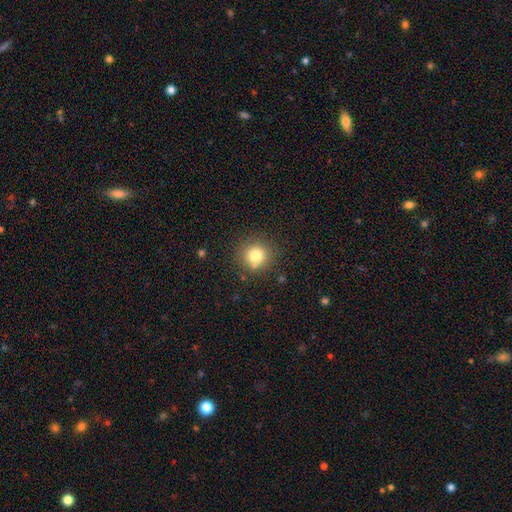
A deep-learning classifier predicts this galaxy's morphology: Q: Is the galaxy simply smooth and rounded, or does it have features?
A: smooth — 79%.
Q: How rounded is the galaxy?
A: round — 92%.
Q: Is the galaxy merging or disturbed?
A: none — 82%.